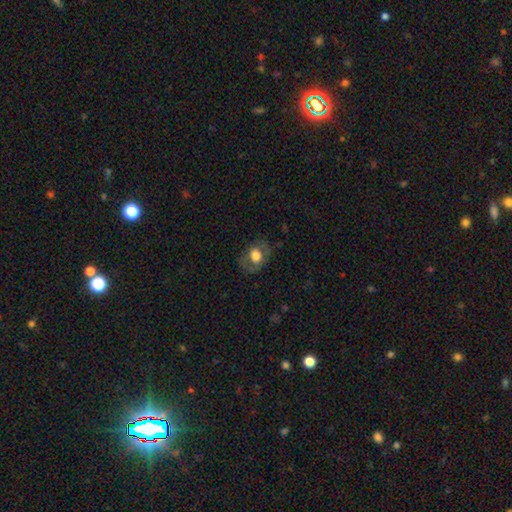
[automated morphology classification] Smooth or featured? smooth (58%)
How rounded? in between (57%)
Merging? none (71%)